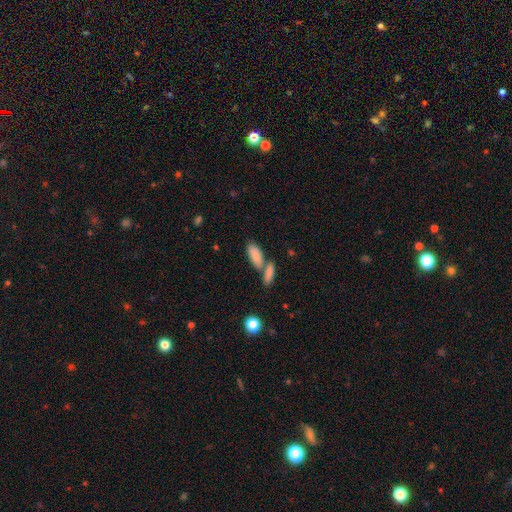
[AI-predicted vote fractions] smooth_or_featured: smooth (p=0.84) [alt: featured or disk p=0.10]
how_rounded: in between (p=0.82) [alt: cigar-shaped p=0.15]
merging: merger (p=0.45) [alt: none p=0.41]